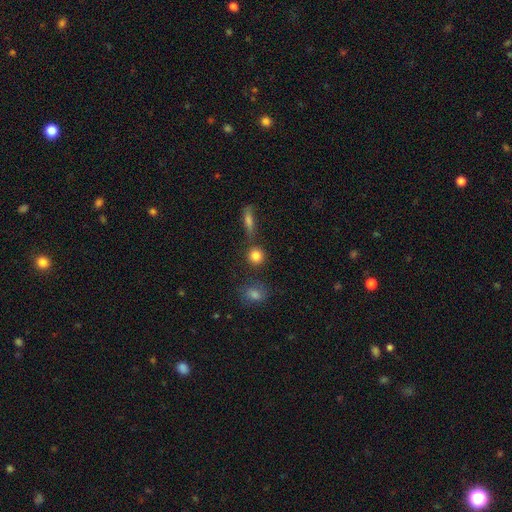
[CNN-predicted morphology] smooth-or-featured: smooth: 83% | star or artifact: 11% | featured or disk: 7%
  how-rounded: round: 86% | in between: 12% | cigar-shaped: 2%
  merging: none: 75% | merger: 12% | minor disturbance: 10% | major disturbance: 4%